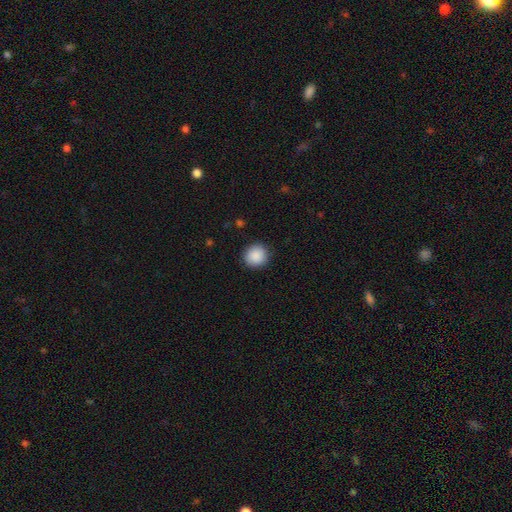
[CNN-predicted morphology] smooth_or_featured: smooth (p=0.90) [alt: star or artifact p=0.08]
how_rounded: round (p=0.91) [alt: in between p=0.08]
merging: none (p=0.90) [alt: minor disturbance p=0.07]